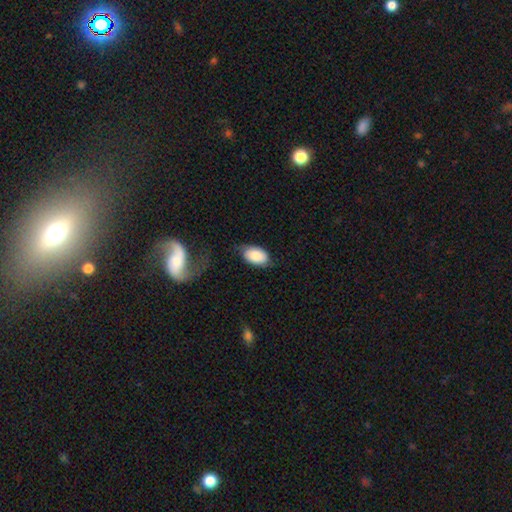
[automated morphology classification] Smooth or featured? Predicted: smooth (p=0.81). How rounded? Predicted: in between (p=0.92). Merging? Predicted: none (p=0.58).